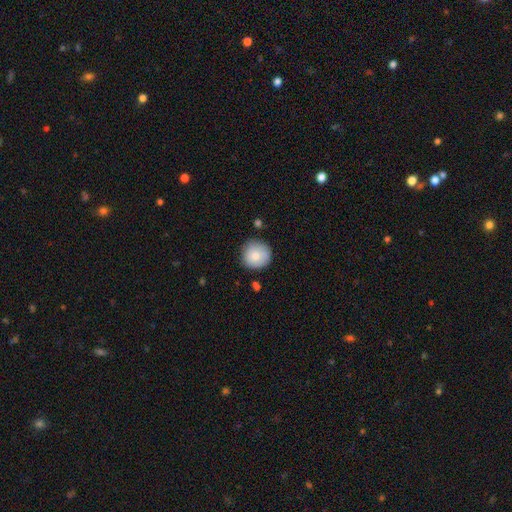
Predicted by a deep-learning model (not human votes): smooth_or_featured: smooth (p=0.81) [alt: featured or disk p=0.11]
how_rounded: round (p=0.93) [alt: in between p=0.06]
merging: none (p=0.82) [alt: minor disturbance p=0.13]